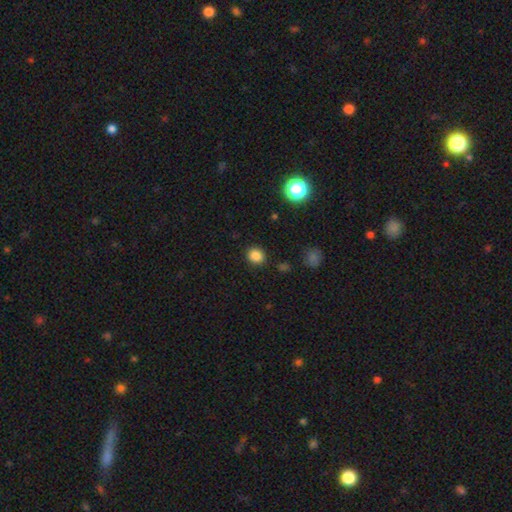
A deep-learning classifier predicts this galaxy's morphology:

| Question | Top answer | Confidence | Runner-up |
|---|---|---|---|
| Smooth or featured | smooth | 84% | star or artifact (12%) |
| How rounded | round | 81% | in between (18%) |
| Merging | none | 89% | minor disturbance (7%) |